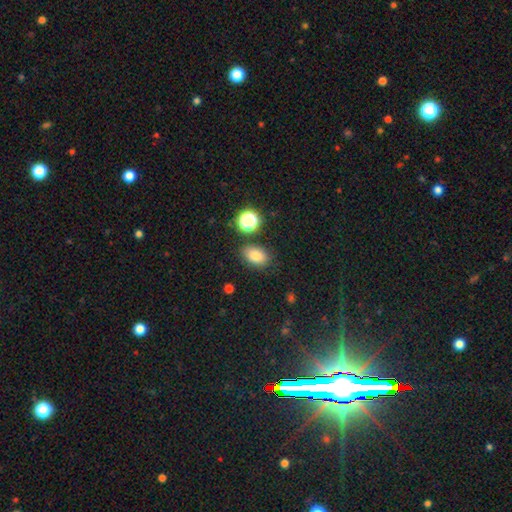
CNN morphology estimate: A smooth galaxy with no disk features (81%) that is in between round and cigar-shaped (83%).

Vote fractions:
- Smooth or featured? smooth: 81% / star or artifact: 12% / featured or disk: 7%
- How rounded? in between: 83% / round: 16% / cigar-shaped: 1%
- Merging? none: 79% / minor disturbance: 13% / merger: 4% / major disturbance: 4%